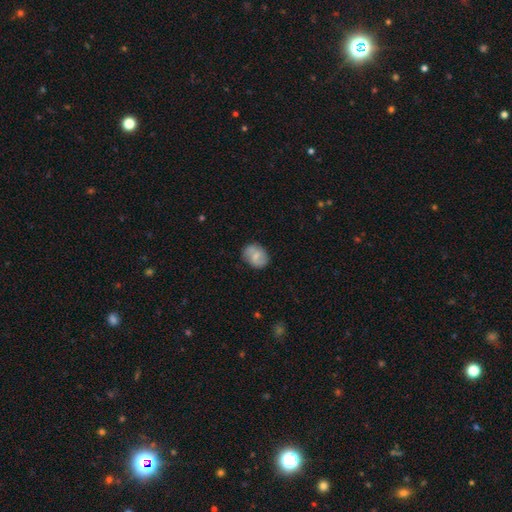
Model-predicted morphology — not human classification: A smooth galaxy with no disk features (58%) that is round (52%). Merging: none (78%).